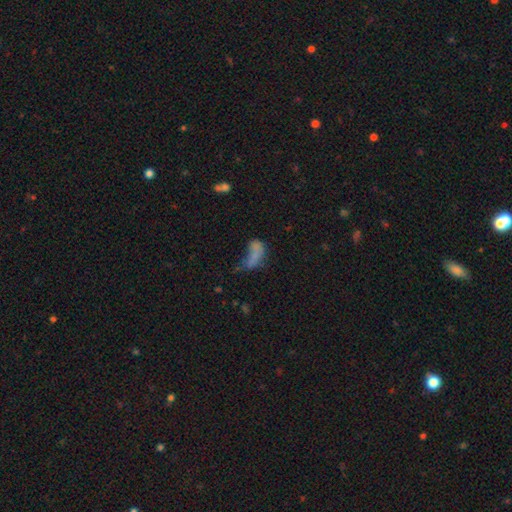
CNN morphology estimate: smooth-or-featured: smooth: 59% | featured or disk: 24% | star or artifact: 16%
  how-rounded: in between: 79% | cigar-shaped: 14% | round: 7%
  merging: major disturbance: 41% | none: 24% | merger: 18% | minor disturbance: 18%